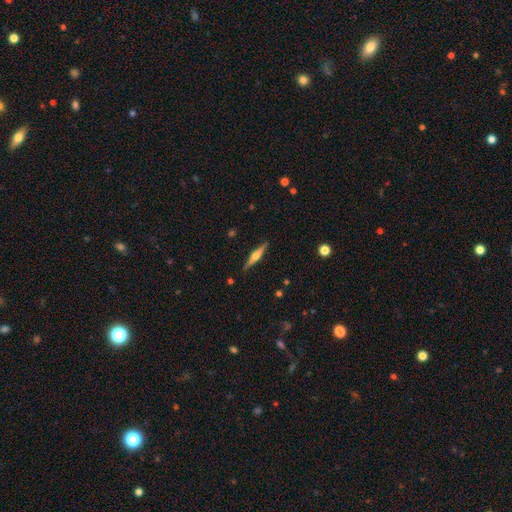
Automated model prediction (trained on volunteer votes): This appears to be a featured or disk galaxy (71%) viewed edge-on (98%) with a rounded central bulge (93%). Merging: none (90%).